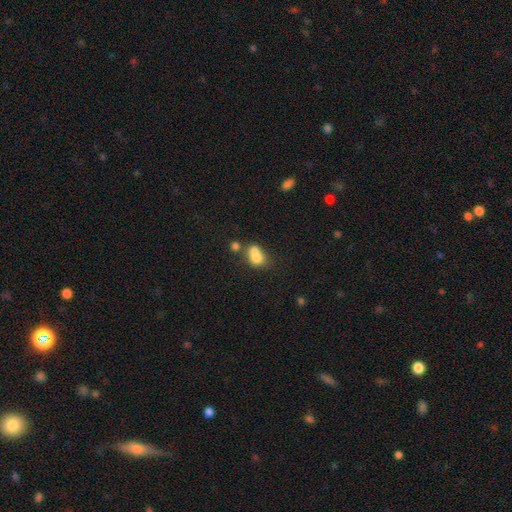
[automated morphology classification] This is likely a smooth galaxy (72%). How rounded: possibly in between (57%). Merging: likely merger (60%).